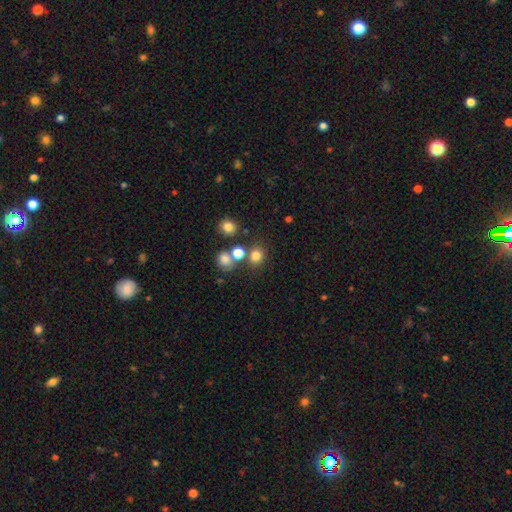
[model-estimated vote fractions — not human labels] A smooth galaxy with no disk features (77%) that is round (80%).

Vote fractions:
- Smooth or featured? smooth: 77% / star or artifact: 16% / featured or disk: 7%
- How rounded? round: 80% / in between: 19% / cigar-shaped: 1%
- Merging? none: 70% / merger: 16% / minor disturbance: 9% / major disturbance: 4%